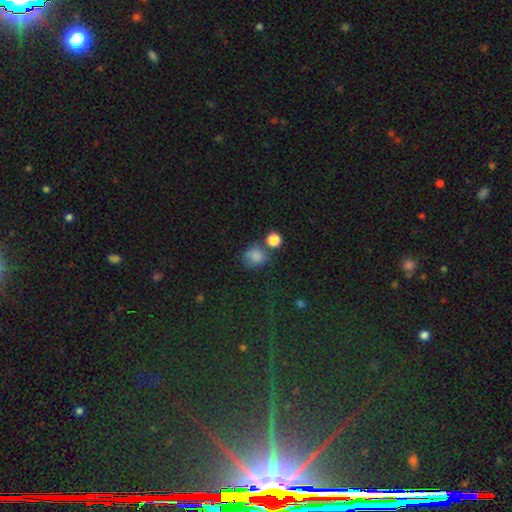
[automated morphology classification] A smooth galaxy with no disk features (74%) that is round (69%). Merging: none (51%).